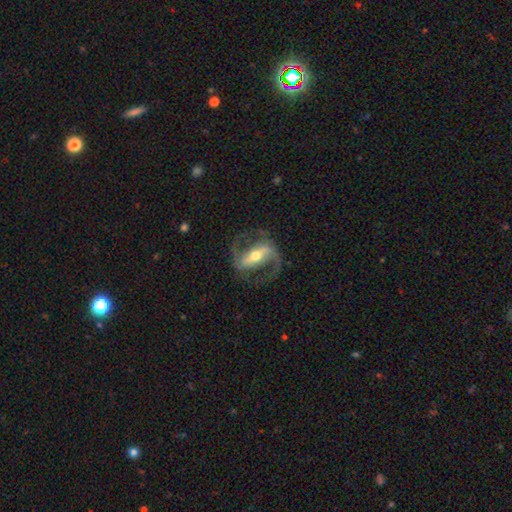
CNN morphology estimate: Smooth or featured? Predicted: featured or disk (p=0.89). Edge-on disk? Predicted: no (p=0.94). Bar? Predicted: strong (p=0.67). Spiral arms? Predicted: yes (p=0.94). Spiral winding? Predicted: medium (p=0.55). Spiral arm count? Predicted: 2 (p=0.91). Bulge size? Predicted: moderate (p=0.62). Merging? Predicted: none (p=0.77).